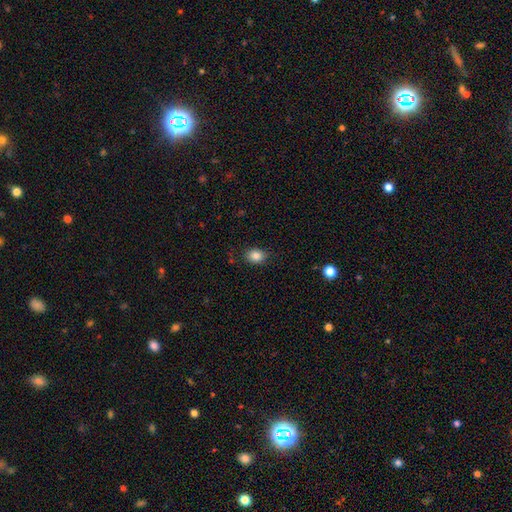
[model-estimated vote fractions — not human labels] Q: Smooth or featured?
A: smooth (85%); runner-up: star or artifact (9%)
Q: How rounded?
A: in between (58%); runner-up: round (41%)
Q: Merging?
A: none (81%); runner-up: minor disturbance (14%)